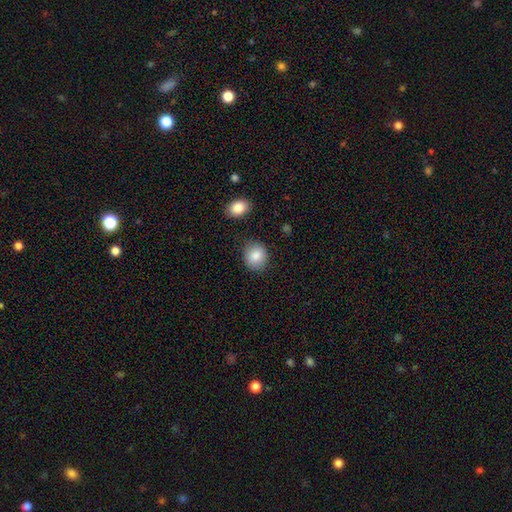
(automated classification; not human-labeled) Overall: smooth (86%). How rounded: round (66%; in between 33%). Merging: none (82%).